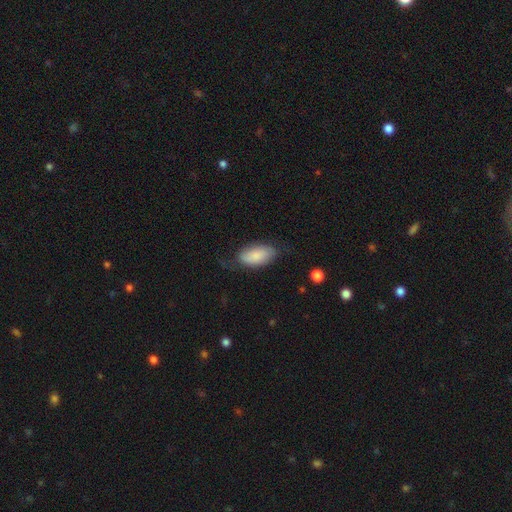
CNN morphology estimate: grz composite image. It shows a smooth galaxy with no disk features (80%) that is in between round and cigar-shaped (94%). Merging: none (62%).